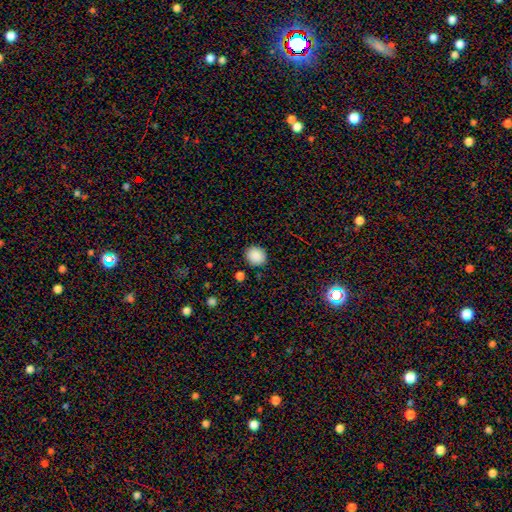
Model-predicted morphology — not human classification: Smooth or featured? smooth (88%)
How rounded? round (79%)
Merging? none (89%)